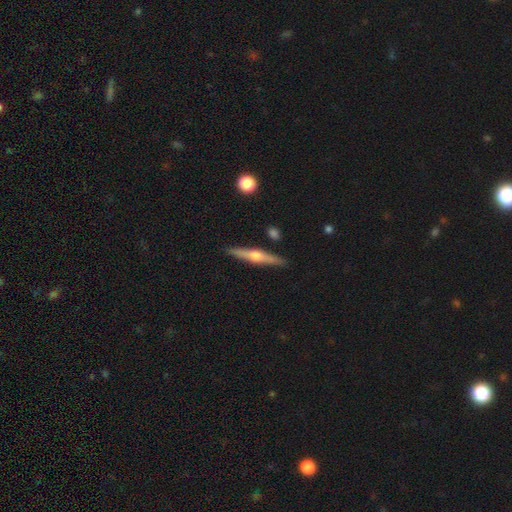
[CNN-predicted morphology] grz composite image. It shows a featured or disk galaxy (65%) viewed edge-on (97%) with a rounded central bulge (86%). Merging: none (89%).